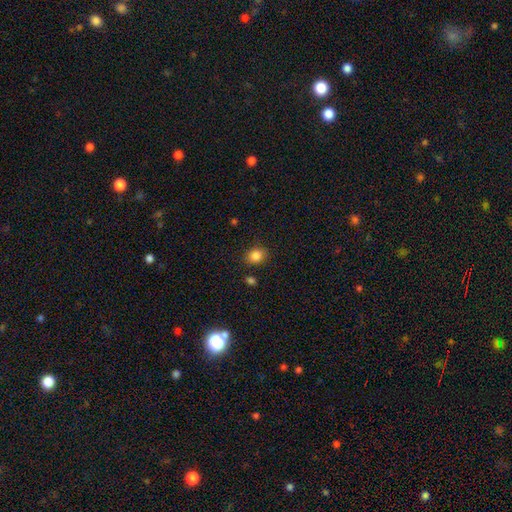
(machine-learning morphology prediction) smooth-or-featured: smooth: 84% | star or artifact: 11% | featured or disk: 5%
  how-rounded: round: 58% | in between: 41% | cigar-shaped: 1%
  merging: none: 82% | minor disturbance: 12% | merger: 4% | major disturbance: 3%